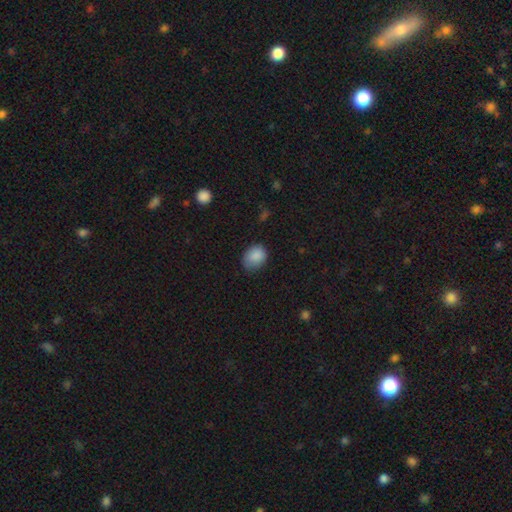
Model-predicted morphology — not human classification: type=smooth (87%); roundness=round (50%); merging=none (64%).